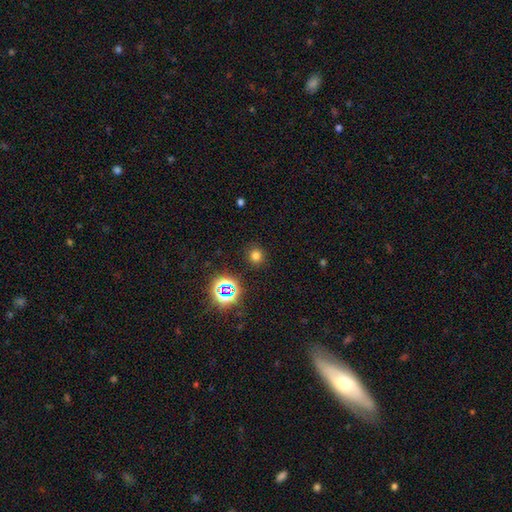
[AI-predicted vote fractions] Overall: smooth (71%). How rounded: round (87%). Merging: none (89%).